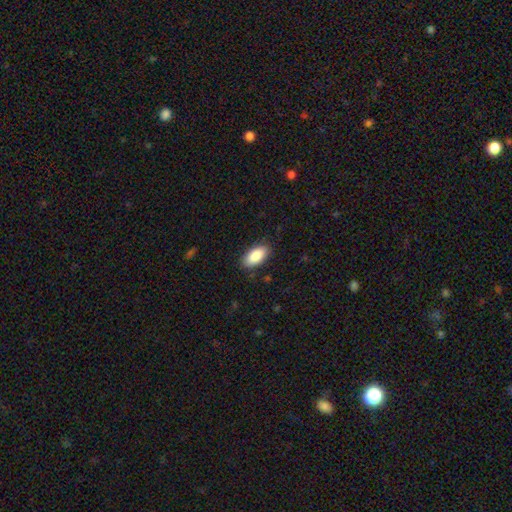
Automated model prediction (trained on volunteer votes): This is clearly a smooth galaxy (89%). How rounded: clearly in between (93%). Merging: clearly none (86%).